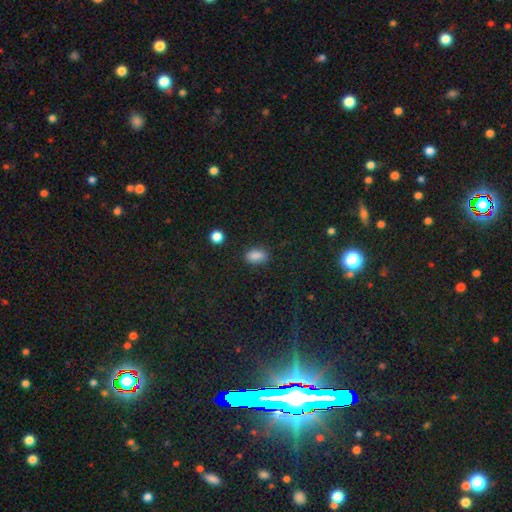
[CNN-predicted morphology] This appears to be a smooth galaxy with no disk features (85%) that is in between round and cigar-shaped (87%). Merging: none (78%).